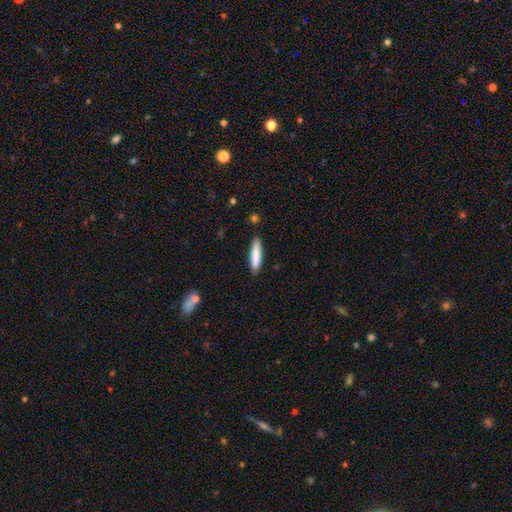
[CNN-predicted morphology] smooth-or-featured: smooth: 84% | featured or disk: 10% | star or artifact: 5%
  how-rounded: cigar-shaped: 81% | in between: 17% | round: 1%
  merging: none: 88% | minor disturbance: 9% | major disturbance: 2% | merger: 2%